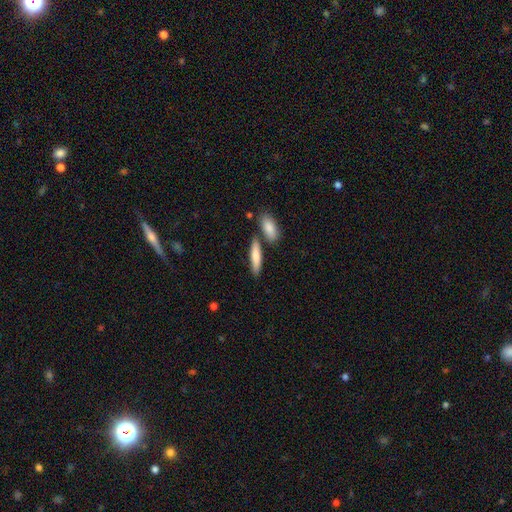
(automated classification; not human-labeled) Q: Smooth or featured?
A: smooth (79%); runner-up: featured or disk (16%)
Q: How rounded?
A: cigar-shaped (70%); runner-up: in between (28%)
Q: Merging?
A: none (73%); runner-up: merger (14%)